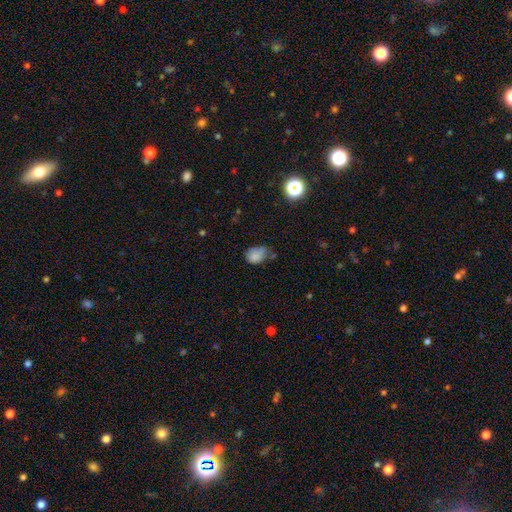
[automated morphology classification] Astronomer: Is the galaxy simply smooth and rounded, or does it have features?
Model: smooth — 76%.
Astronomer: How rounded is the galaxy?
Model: in between — 67%.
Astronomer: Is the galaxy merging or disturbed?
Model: minor disturbance — 40% (runner-up: none, 37%).